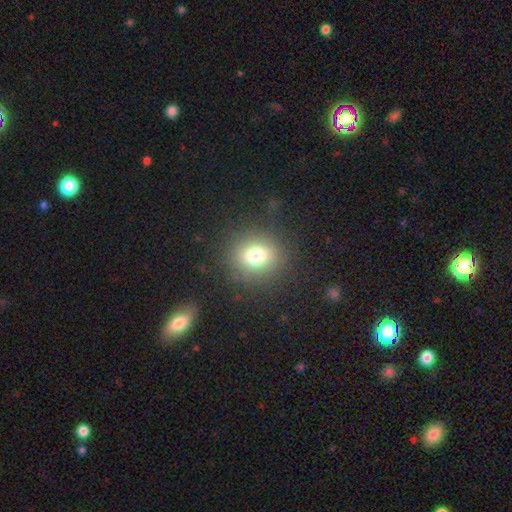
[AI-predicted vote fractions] smooth_or_featured: smooth (p=0.73) [alt: star or artifact p=0.16]
how_rounded: round (p=0.83) [alt: in between p=0.16]
merging: none (p=0.85) [alt: minor disturbance p=0.08]